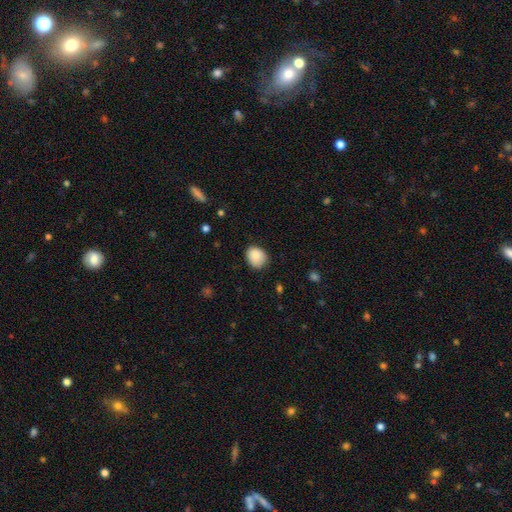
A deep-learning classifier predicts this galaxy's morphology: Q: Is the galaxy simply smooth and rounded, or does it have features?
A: smooth — 87%.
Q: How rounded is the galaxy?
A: round — 50%.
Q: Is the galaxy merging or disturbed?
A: none — 75%.